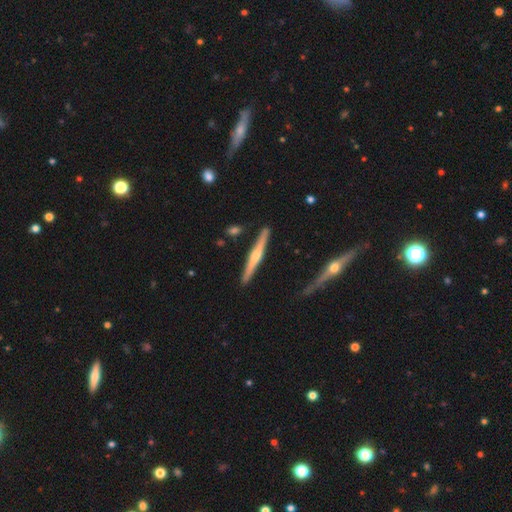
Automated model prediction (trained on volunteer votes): This is likely a featured or disk galaxy (68%). It is clearly viewed edge-on (97%). Edge-on bulge: clearly rounded (81%). Merging: clearly none (86%).